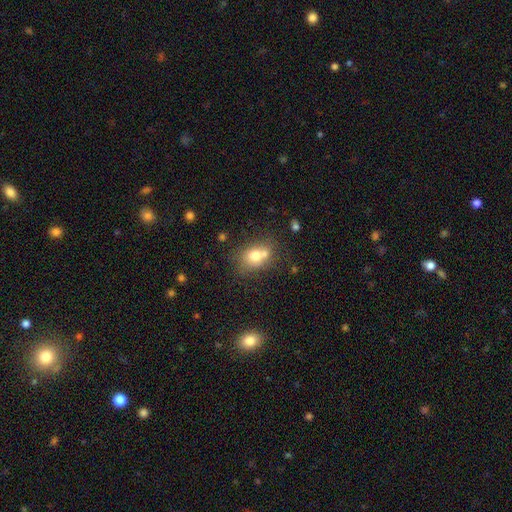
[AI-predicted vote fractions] smooth-or-featured: smooth: 70% | featured or disk: 19% | star or artifact: 11%
  how-rounded: in between: 60% | round: 39% | cigar-shaped: 1%
  merging: none: 42% | merger: 36% | minor disturbance: 15% | major disturbance: 6%